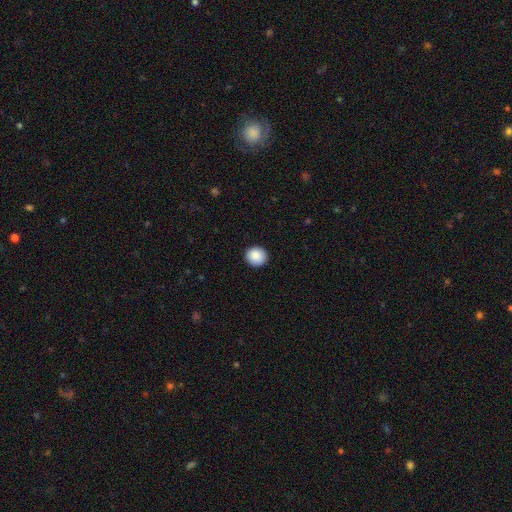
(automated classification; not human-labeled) Smooth or featured? smooth (89%)
How rounded? round (90%)
Merging? none (91%)